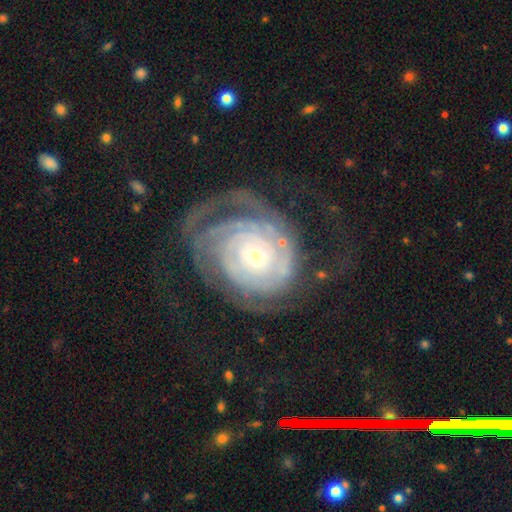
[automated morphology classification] Overall: featured or disk (87%). Edge-on disk: no (97%). Bar: no (79%). Spiral arms: yes (95%). Spiral arm count: can't tell (33%; 2 26%). Spiral winding: tight (79%). Bulge size: small (66%; moderate 30%). Merging: none (58%; major disturbance 22%).